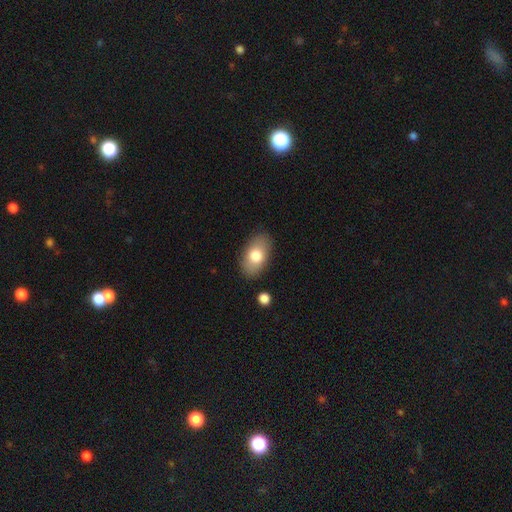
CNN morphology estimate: Smooth or featured? Predicted: smooth (p=0.77). How rounded? Predicted: in between (p=0.92). Merging? Predicted: none (p=0.85).